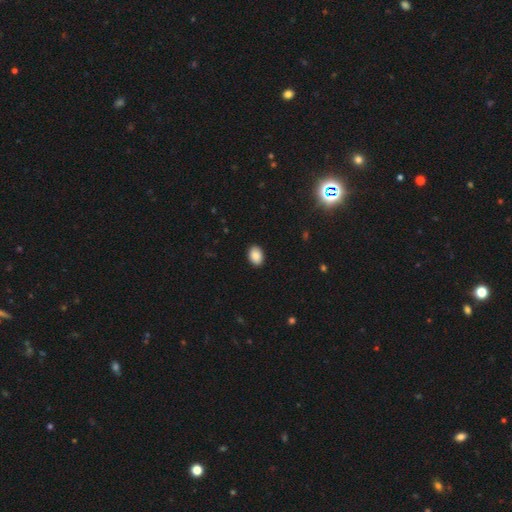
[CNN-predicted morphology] Overall: smooth (88%). How rounded: in between (79%). Merging: none (91%).